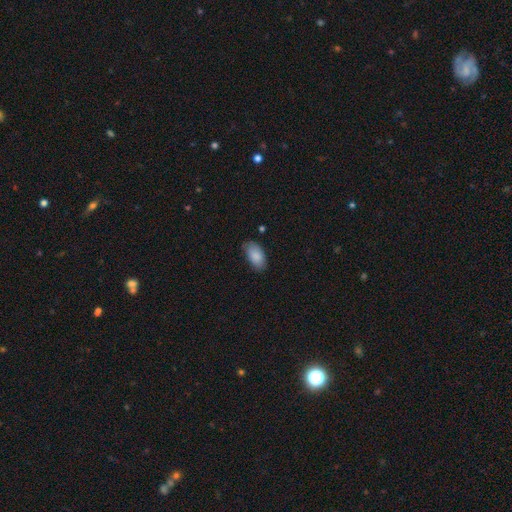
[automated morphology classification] A smooth galaxy with no disk features (87%) that is in between round and cigar-shaped (94%).

Vote fractions:
- Smooth or featured? smooth: 87% / star or artifact: 7% / featured or disk: 6%
- How rounded? in between: 94% / cigar-shaped: 3% / round: 3%
- Merging? none: 76% / minor disturbance: 19% / major disturbance: 3% / merger: 1%